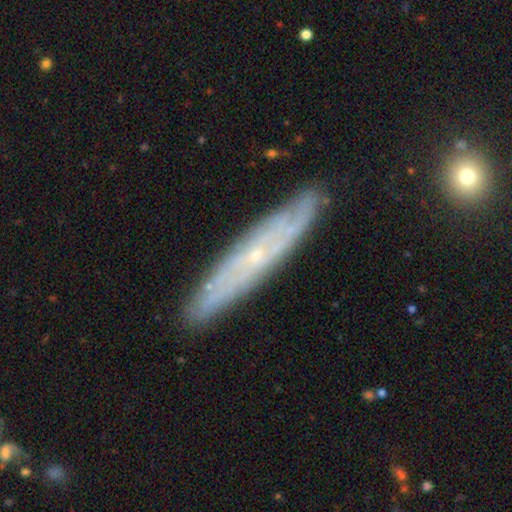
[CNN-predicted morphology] This appears to be a featured or disk galaxy (75%). Merging: none (85%).